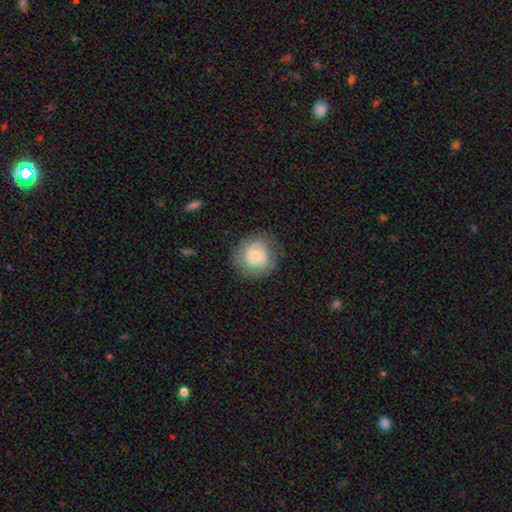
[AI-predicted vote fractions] Overall: smooth (53%; featured or disk 39%). How rounded: round (88%). Merging: none (75%).